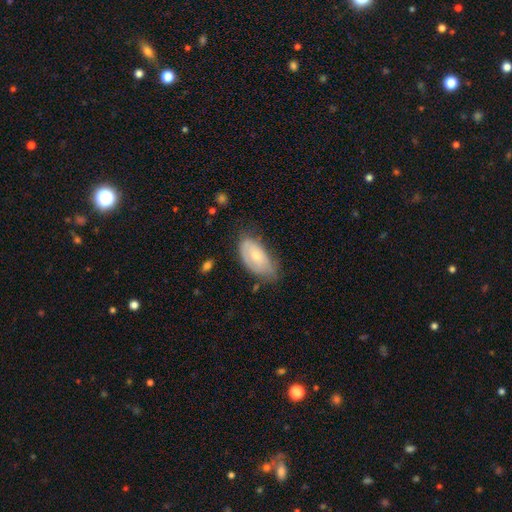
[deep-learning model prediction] Overall: smooth (61%; featured or disk 33%). How rounded: in between (93%). Merging: none (50%; minor disturbance 37%).